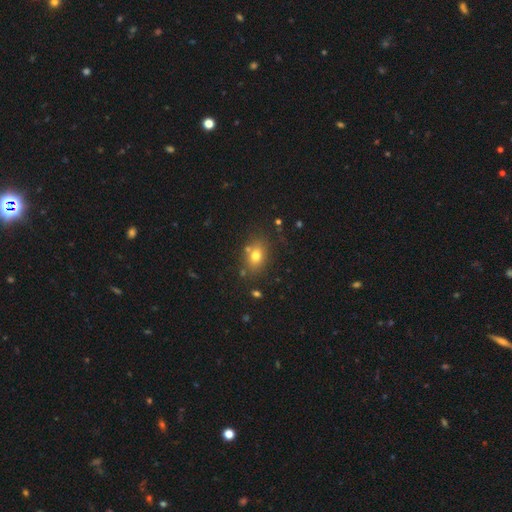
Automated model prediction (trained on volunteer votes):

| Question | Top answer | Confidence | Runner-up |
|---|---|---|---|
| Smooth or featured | smooth | 73% | featured or disk (14%) |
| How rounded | in between | 67% | round (32%) |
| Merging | none | 75% | minor disturbance (13%) |